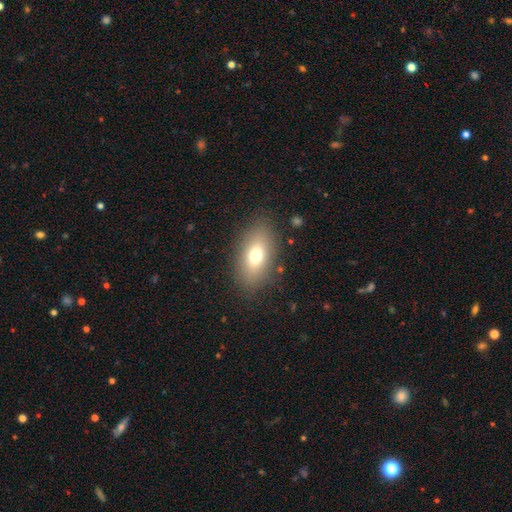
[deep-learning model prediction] Smooth or featured: smooth — 73% (featured or disk — 17%)
How rounded: in between — 87% (round — 8%)
Merging: none — 84% (minor disturbance — 10%)